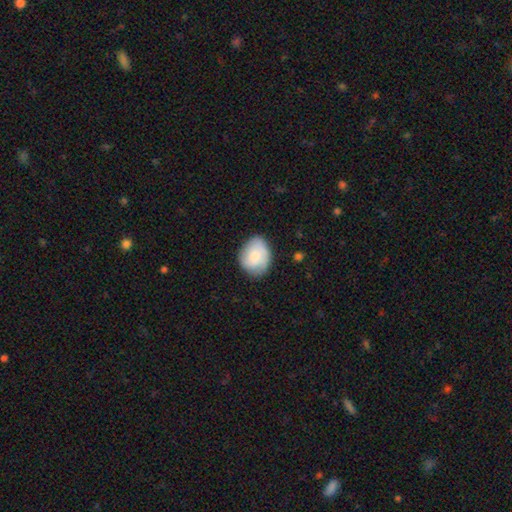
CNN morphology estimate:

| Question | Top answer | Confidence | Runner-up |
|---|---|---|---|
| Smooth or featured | smooth | 71% | featured or disk (22%) |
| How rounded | in between | 50% | round (49%) |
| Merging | none | 70% | minor disturbance (23%) |